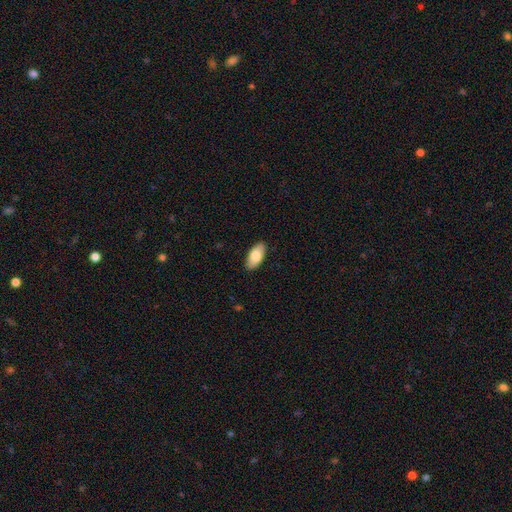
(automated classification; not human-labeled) A smooth galaxy with no disk features (81%) that is in between round and cigar-shaped (91%). Merging: none (88%).